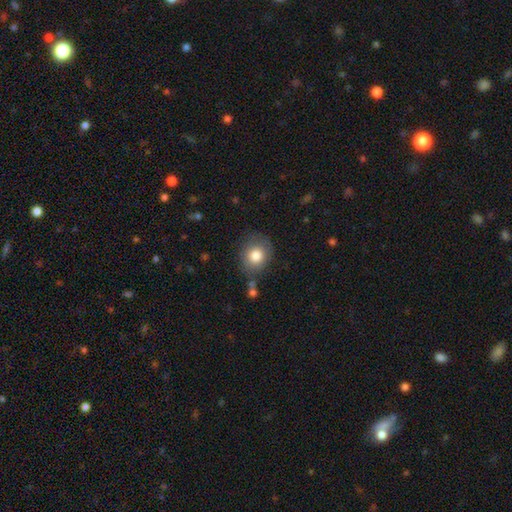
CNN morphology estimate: Q: Smooth or featured?
A: smooth (82%); runner-up: featured or disk (9%)
Q: How rounded?
A: round (73%); runner-up: in between (26%)
Q: Merging?
A: none (74%); runner-up: minor disturbance (17%)